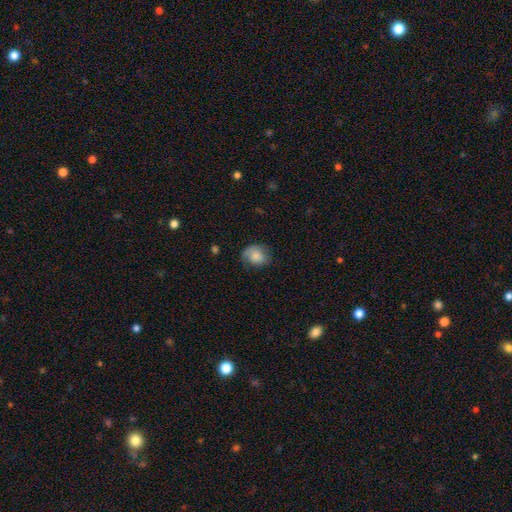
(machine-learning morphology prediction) A smooth galaxy with no disk features (73%) that is in between round and cigar-shaped (51%). Merging: none (58%).